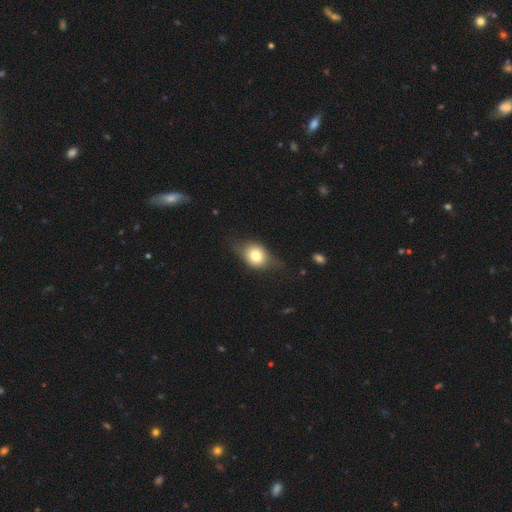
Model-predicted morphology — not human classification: Overall: smooth (63%; featured or disk 28%). How rounded: in between (50%; round 47%). Merging: none (58%; minor disturbance 28%).